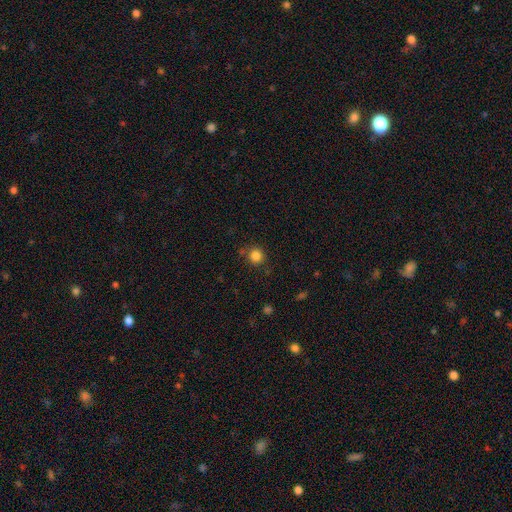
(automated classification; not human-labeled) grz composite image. It shows a smooth galaxy with no disk features (84%) that is round (91%). Merging: none (81%).